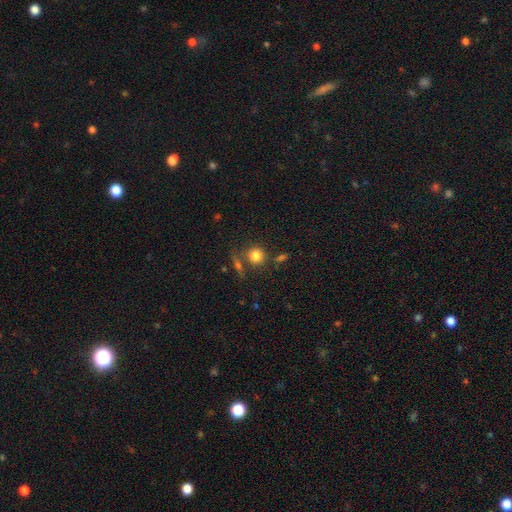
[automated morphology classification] smooth-or-featured: smooth: 81% | star or artifact: 10% | featured or disk: 9%
  how-rounded: round: 85% | in between: 14% | cigar-shaped: 2%
  merging: none: 71% | merger: 14% | minor disturbance: 11% | major disturbance: 4%